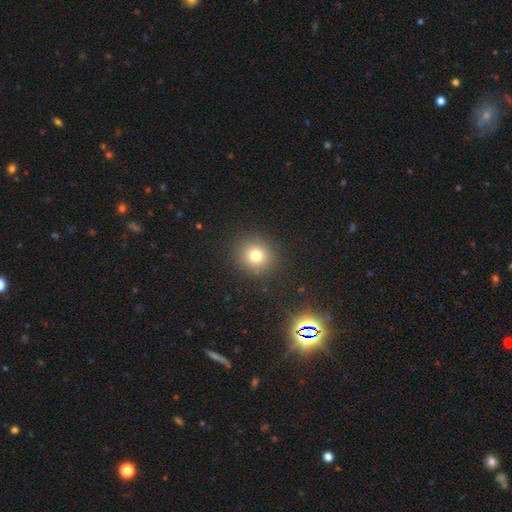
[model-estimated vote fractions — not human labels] The model was most divided on "smooth or featured": smooth: 75%, star or artifact: 15%, featured or disk: 9%. More confident: how rounded — round (90%); merging — none (89%).